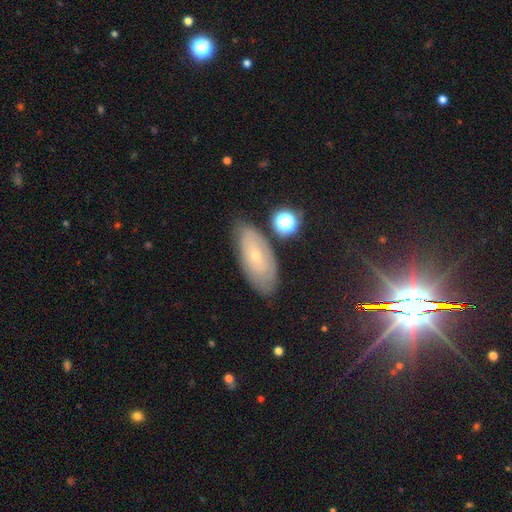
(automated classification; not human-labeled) Smooth or featured? featured or disk (49%)
Merging? none (77%)